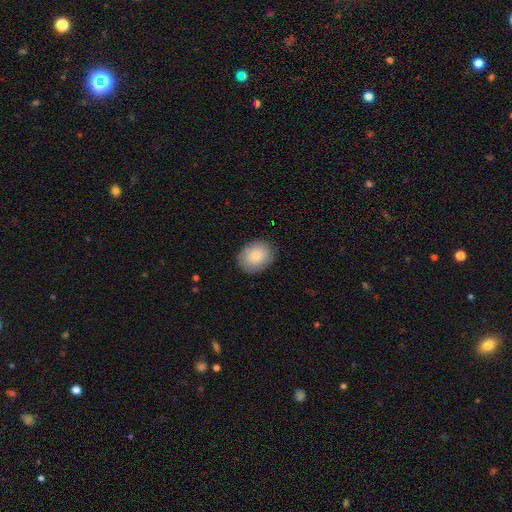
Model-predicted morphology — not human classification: Q: Smooth or featured?
A: smooth (85%); runner-up: featured or disk (8%)
Q: How rounded?
A: in between (56%); runner-up: round (44%)
Q: Merging?
A: none (85%); runner-up: minor disturbance (11%)